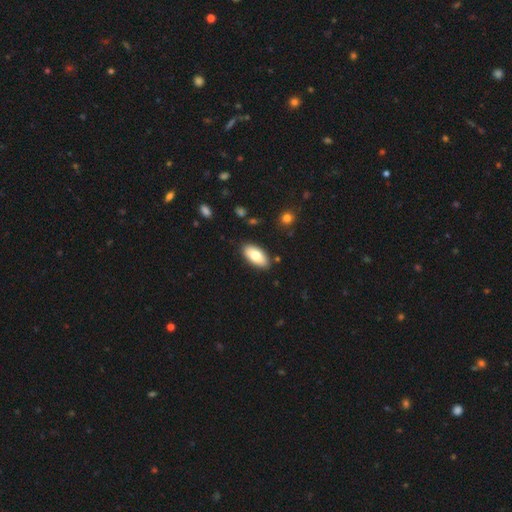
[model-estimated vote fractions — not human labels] The model was most divided on "smooth or featured": smooth: 75%, featured or disk: 19%, star or artifact: 6%. More confident: how rounded — in between (92%); merging — none (87%).